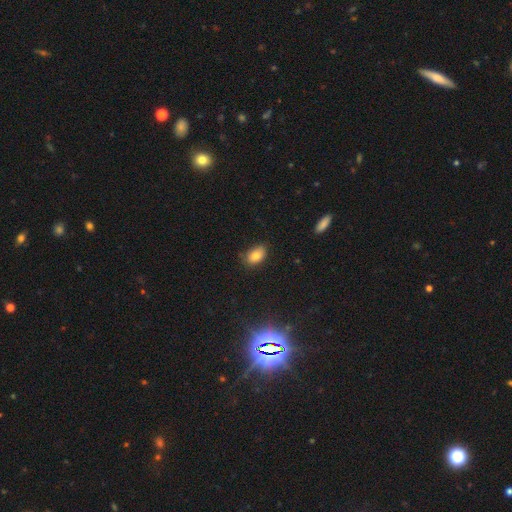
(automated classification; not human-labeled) This appears to be a smooth galaxy with no disk features (82%) that is in between round and cigar-shaped (86%). Merging: none (79%).